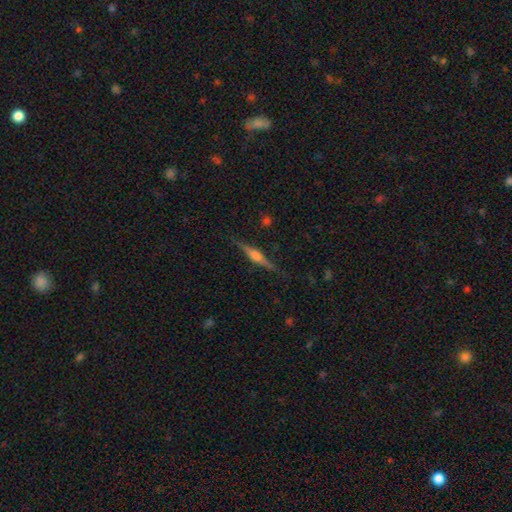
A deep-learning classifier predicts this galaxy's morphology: This is likely a featured or disk galaxy (75%). It is clearly viewed edge-on (98%). Edge-on bulge: clearly rounded (87%). Merging: clearly none (86%).